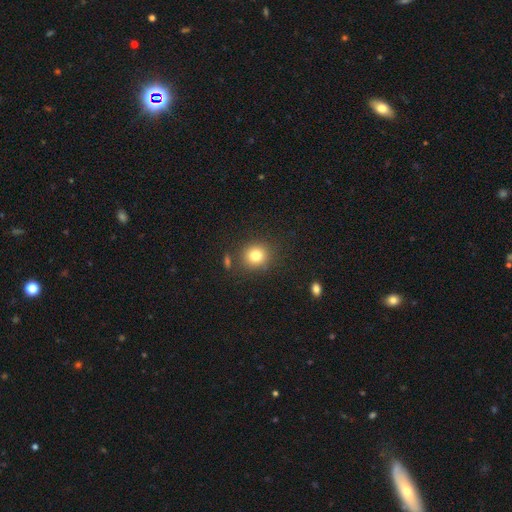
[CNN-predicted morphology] smooth-or-featured: smooth: 80% | star or artifact: 12% | featured or disk: 8%
  how-rounded: round: 85% | in between: 14% | cigar-shaped: 1%
  merging: none: 83% | minor disturbance: 9% | merger: 5% | major disturbance: 3%